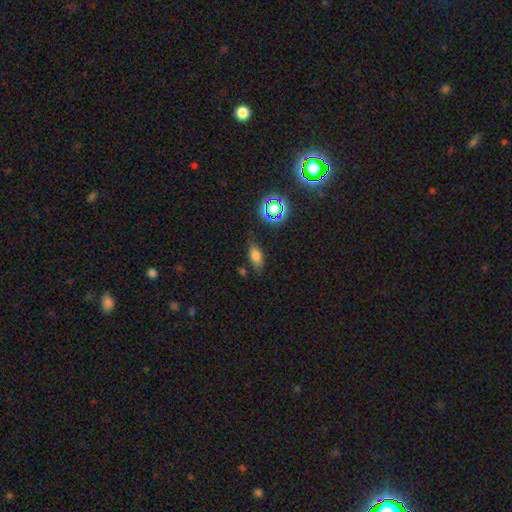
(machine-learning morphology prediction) A smooth galaxy with no disk features (68%) that is in between round and cigar-shaped (78%). Merging: none (75%).